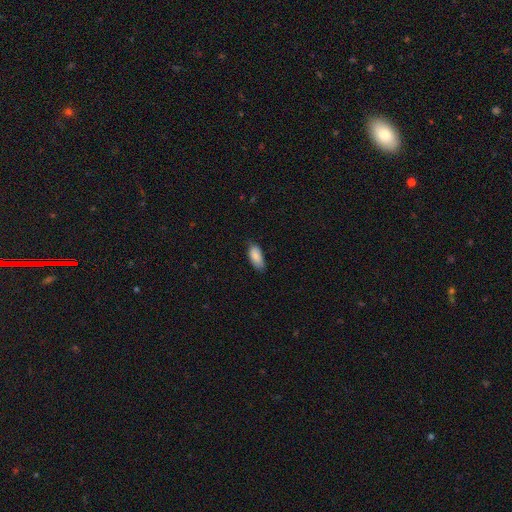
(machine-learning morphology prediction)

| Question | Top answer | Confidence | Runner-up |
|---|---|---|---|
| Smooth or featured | smooth | 87% | featured or disk (6%) |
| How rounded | in between | 87% | cigar-shaped (11%) |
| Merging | none | 70% | minor disturbance (25%) |